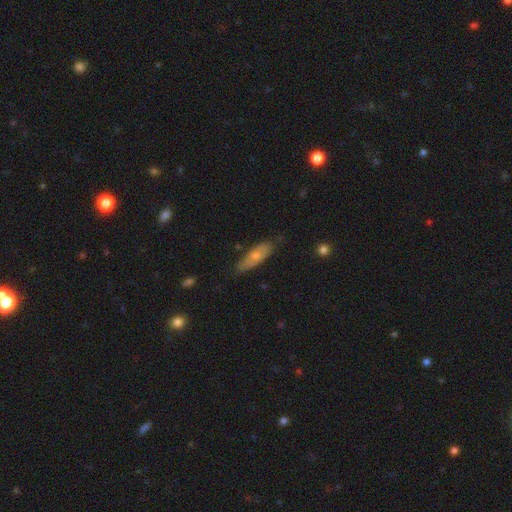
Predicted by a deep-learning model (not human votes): smooth-or-featured: smooth: 61% | featured or disk: 32% | star or artifact: 6%
  how-rounded: in between: 57% | cigar-shaped: 41% | round: 2%
  merging: none: 69% | minor disturbance: 24% | major disturbance: 4% | merger: 2%